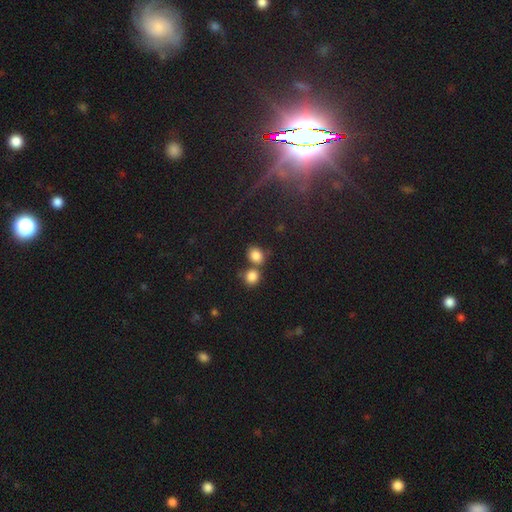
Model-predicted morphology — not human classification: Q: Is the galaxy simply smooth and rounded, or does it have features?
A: smooth — 83%.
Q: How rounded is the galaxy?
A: round — 52%.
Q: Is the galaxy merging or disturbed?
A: none — 51%.